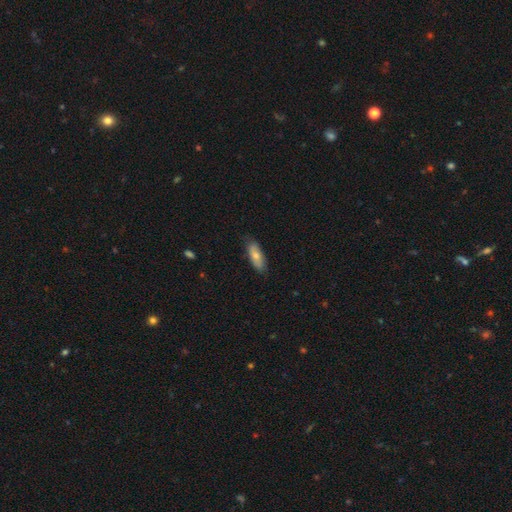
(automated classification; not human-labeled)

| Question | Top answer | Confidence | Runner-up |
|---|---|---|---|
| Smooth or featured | smooth | 73% | featured or disk (21%) |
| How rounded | in between | 73% | cigar-shaped (24%) |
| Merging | none | 80% | minor disturbance (16%) |